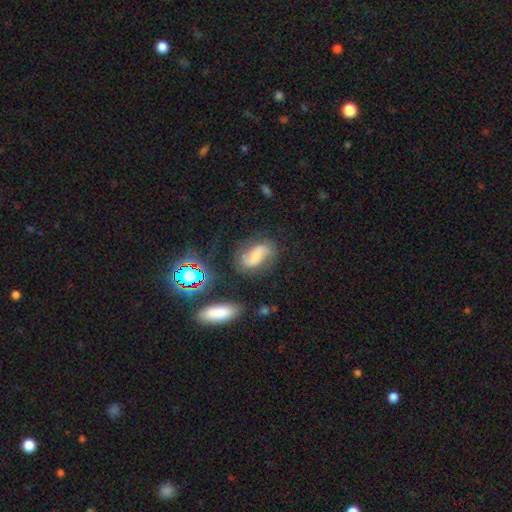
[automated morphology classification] A smooth galaxy with no disk features (45%). Merging: none (63%).